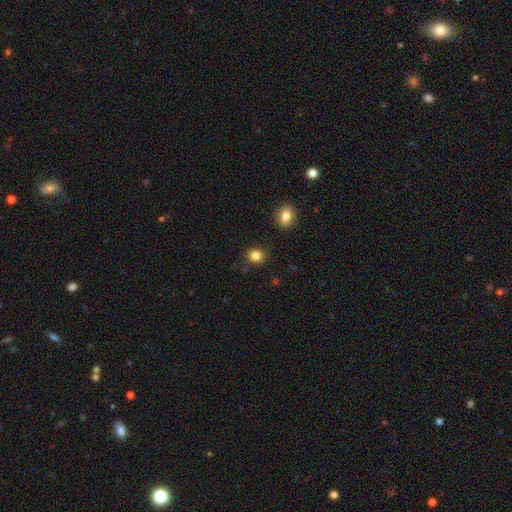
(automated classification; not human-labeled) Smooth or featured?
  - smooth: 84% *
  - star or artifact: 12%
  - featured or disk: 4%
How rounded?
  - round: 77% *
  - in between: 23%
  - cigar-shaped: 1%
Merging?
  - none: 89% *
  - minor disturbance: 7%
  - major disturbance: 2%
  - merger: 2%